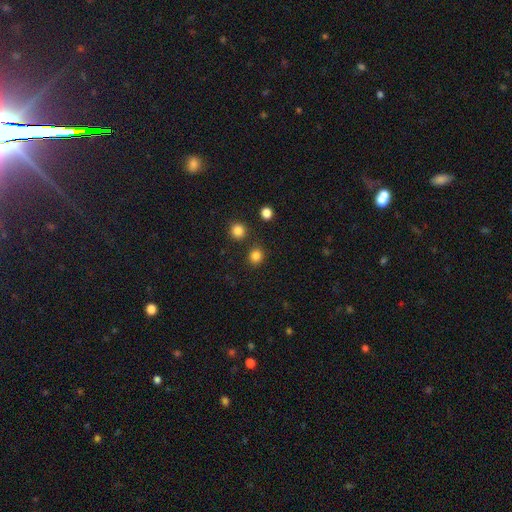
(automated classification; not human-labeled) smooth_or_featured: smooth (p=0.83) [alt: star or artifact p=0.14]
how_rounded: round (p=0.86) [alt: in between p=0.13]
merging: none (p=0.84) [alt: minor disturbance p=0.07]